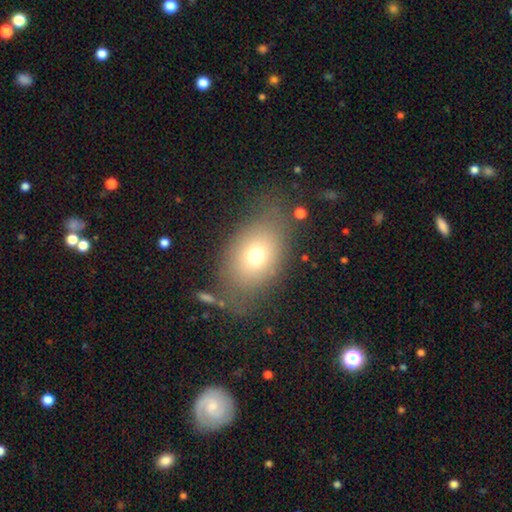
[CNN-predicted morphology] A smooth galaxy with no disk features (69%) that is in between round and cigar-shaped (77%).

Vote fractions:
- Smooth or featured? smooth: 69% / featured or disk: 19% / star or artifact: 12%
- How rounded? in between: 77% / round: 22% / cigar-shaped: 2%
- Merging? none: 67% / minor disturbance: 18% / major disturbance: 11% / merger: 4%